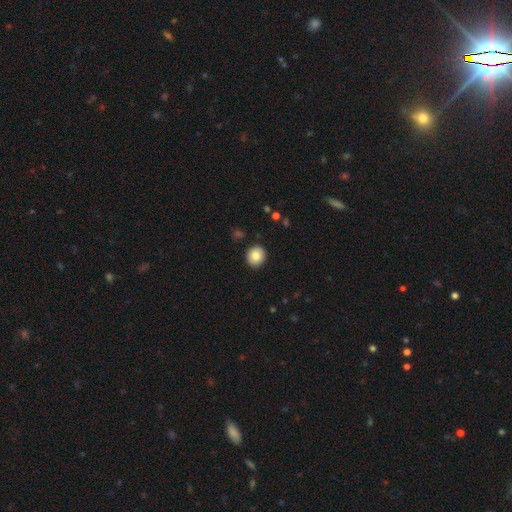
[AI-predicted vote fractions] A smooth galaxy with no disk features (81%) that is round (84%).

Vote fractions:
- Smooth or featured? smooth: 81% / featured or disk: 11% / star or artifact: 8%
- How rounded? round: 84% / in between: 15% / cigar-shaped: 1%
- Merging? none: 91% / minor disturbance: 6% / major disturbance: 2% / merger: 1%